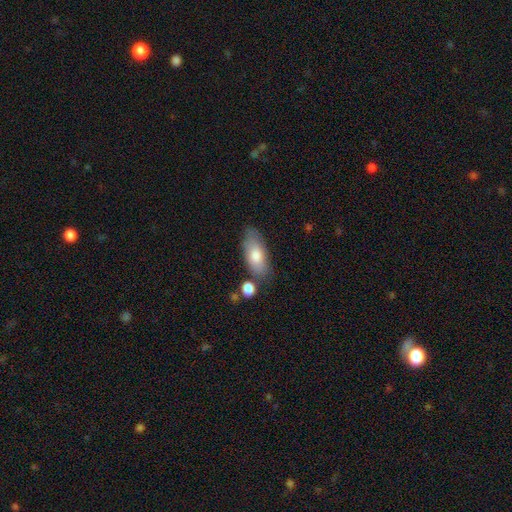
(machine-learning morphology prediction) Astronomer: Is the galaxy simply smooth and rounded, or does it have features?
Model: smooth — 77%.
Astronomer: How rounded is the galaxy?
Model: in between — 83%.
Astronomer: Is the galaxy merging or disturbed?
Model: none — 71%.